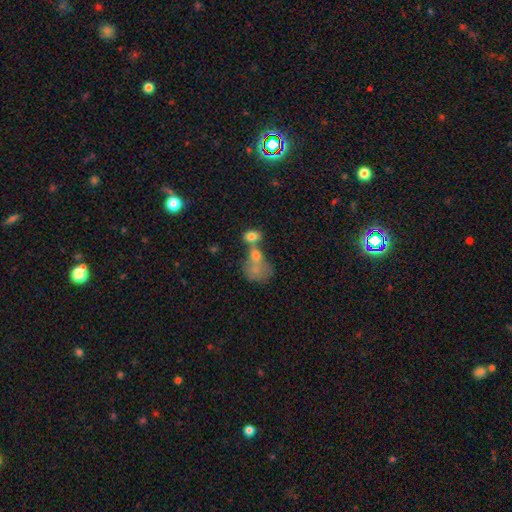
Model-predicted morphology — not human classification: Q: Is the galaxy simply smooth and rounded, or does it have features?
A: smooth — 69%.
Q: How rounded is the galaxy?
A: in between — 61%.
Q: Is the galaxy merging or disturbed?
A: merger — 60%.